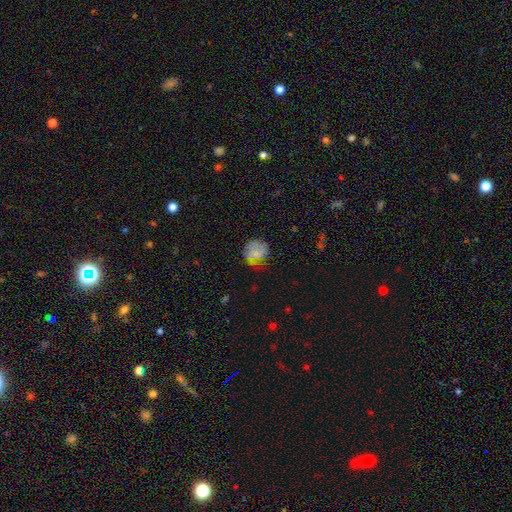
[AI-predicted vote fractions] This is possibly a smooth galaxy (48%). Merging: possibly none (57%).